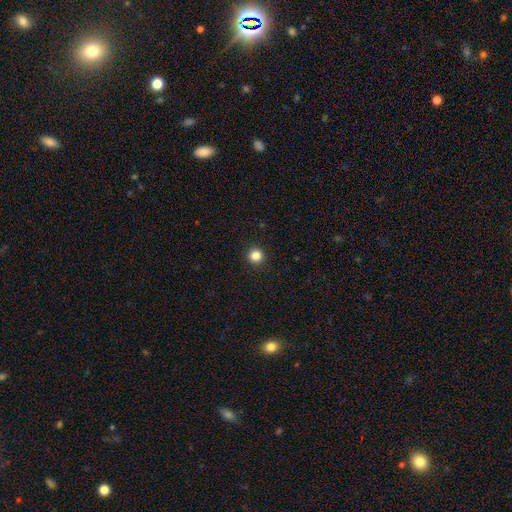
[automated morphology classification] smooth_or_featured: smooth (p=0.84) [alt: star or artifact p=0.12]
how_rounded: round (p=0.95) [alt: in between p=0.04]
merging: none (p=0.93) [alt: minor disturbance p=0.04]